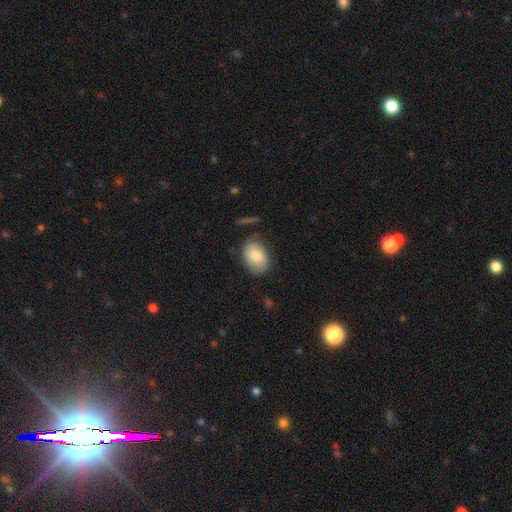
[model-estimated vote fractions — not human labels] Smooth or featured? Predicted: smooth (p=0.81). How rounded? Predicted: in between (p=0.81). Merging? Predicted: none (p=0.72).